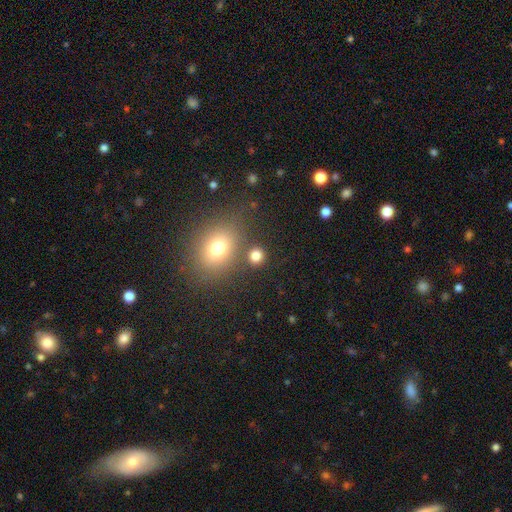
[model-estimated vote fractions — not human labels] Q: Smooth or featured?
A: smooth (80%); runner-up: star or artifact (14%)
Q: How rounded?
A: round (83%); runner-up: in between (16%)
Q: Merging?
A: none (79%); runner-up: merger (10%)